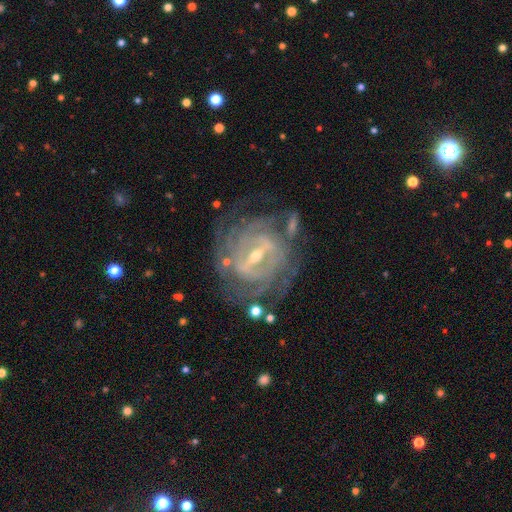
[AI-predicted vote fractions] smooth_or_featured: featured or disk (p=0.90) [alt: star or artifact p=0.05]
disk_edge_on: no (p=0.95) [alt: yes p=0.05]
bar: strong (p=0.61) [alt: weak p=0.32]
has_spiral_arms: yes (p=0.95) [alt: no p=0.05]
spiral_winding: tight (p=0.70) [alt: medium p=0.24]
spiral_arm_count: can't tell (p=0.31) [alt: 4 p=0.23]
bulge_size: small (p=0.55) [alt: moderate p=0.42]
merging: none (p=0.69) [alt: minor disturbance p=0.16]